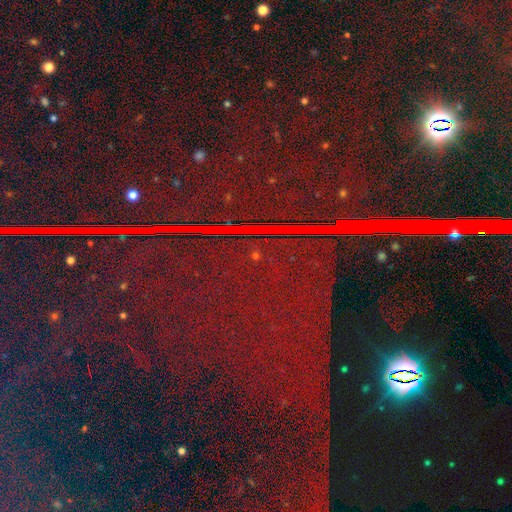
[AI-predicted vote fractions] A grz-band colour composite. It shows a star or artifact, not a galaxy (87%).